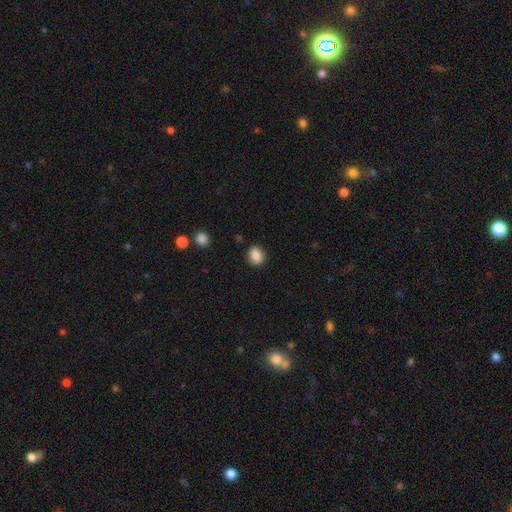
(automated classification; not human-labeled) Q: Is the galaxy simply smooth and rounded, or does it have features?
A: smooth — 85%.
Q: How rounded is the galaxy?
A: in between — 51%.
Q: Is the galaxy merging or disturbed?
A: none — 87%.